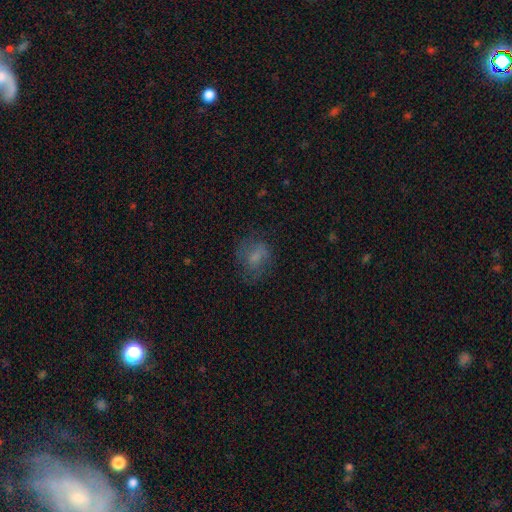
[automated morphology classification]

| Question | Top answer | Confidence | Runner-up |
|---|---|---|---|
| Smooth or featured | smooth | 58% | featured or disk (28%) |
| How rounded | round | 50% | in between (48%) |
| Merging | none | 61% | minor disturbance (20%) |